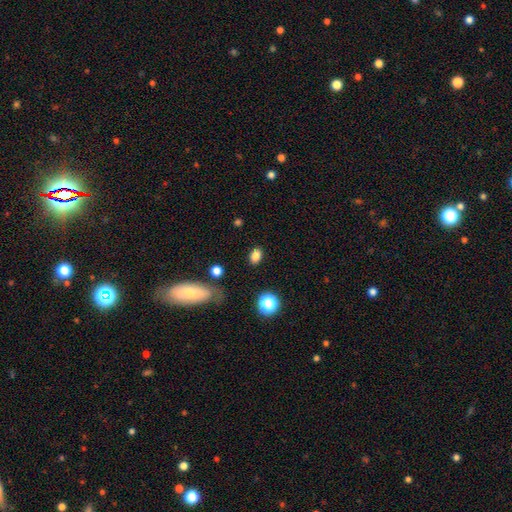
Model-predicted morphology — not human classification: Smooth or featured: smooth — 82% (star or artifact — 12%)
How rounded: in between — 76% (round — 22%)
Merging: none — 84% (minor disturbance — 10%)